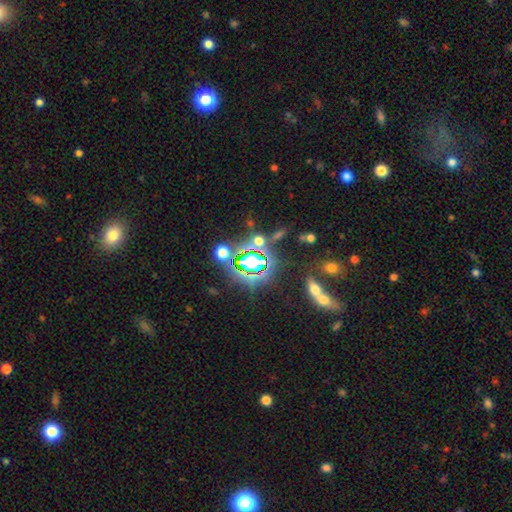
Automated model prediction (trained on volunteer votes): A star or artifact, not a galaxy (75%).